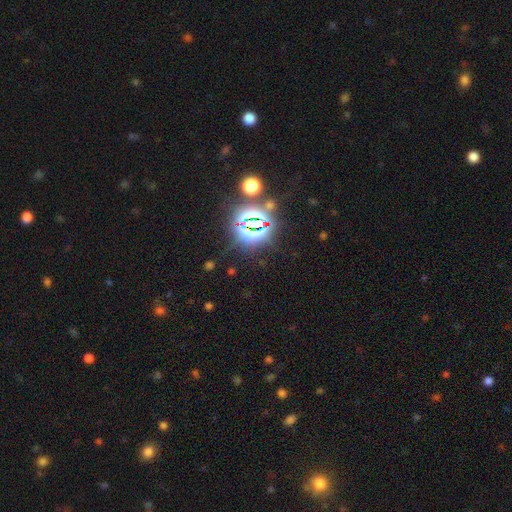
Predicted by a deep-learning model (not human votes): Smooth or featured? Predicted: star or artifact (p=0.81).